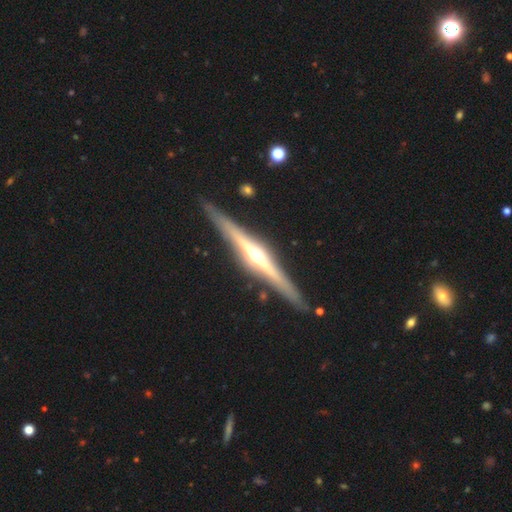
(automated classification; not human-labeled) The model was most divided on "smooth or featured": featured or disk: 83%, smooth: 12%, star or artifact: 5%. More confident: edge-on disk — yes (98%); edge-on bulge — rounded (92%); merging — none (89%).